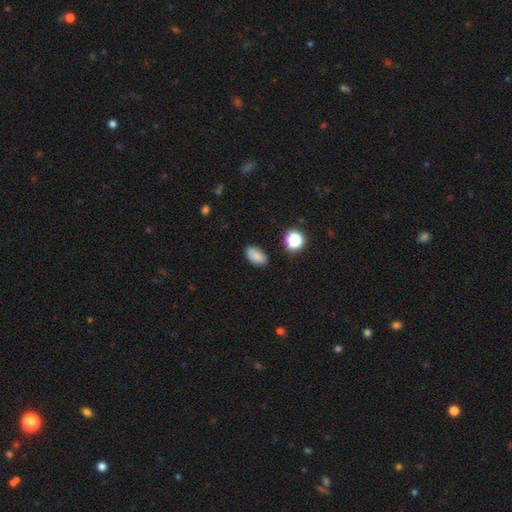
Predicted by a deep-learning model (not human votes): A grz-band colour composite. It shows a smooth galaxy with no disk features (83%) that is in between round and cigar-shaped (90%). Merging: none (85%).